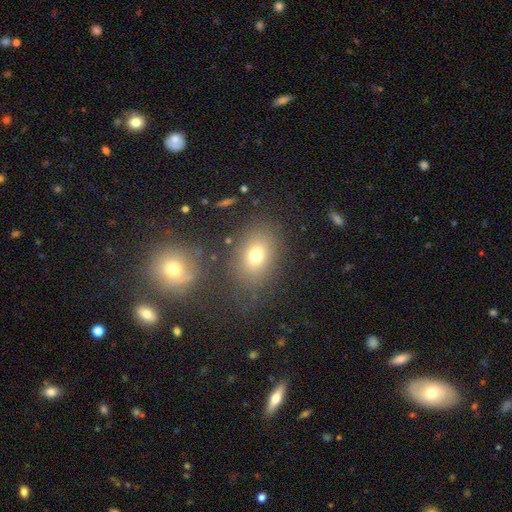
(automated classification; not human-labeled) Morphology: type=smooth (71%); roundness=in between (67%); merging=none (76%).